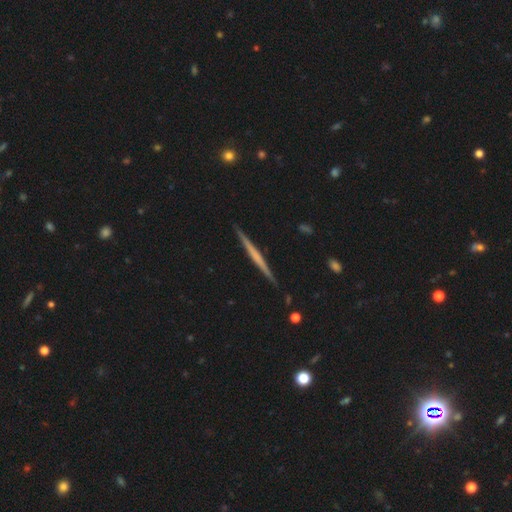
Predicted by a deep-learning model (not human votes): smooth_or_featured: featured or disk (p=0.62) [alt: smooth p=0.33]
disk_edge_on: yes (p=0.98) [alt: no p=0.02]
edge_on_bulge: none (p=0.78) [alt: rounded p=0.13]
merging: none (p=0.91) [alt: minor disturbance p=0.06]